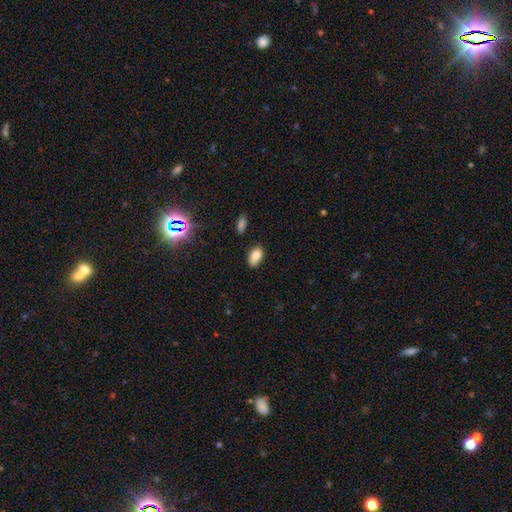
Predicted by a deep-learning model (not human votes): Q: Smooth or featured?
A: smooth (83%); runner-up: star or artifact (10%)
Q: How rounded?
A: in between (91%); runner-up: round (6%)
Q: Merging?
A: none (77%); runner-up: minor disturbance (17%)